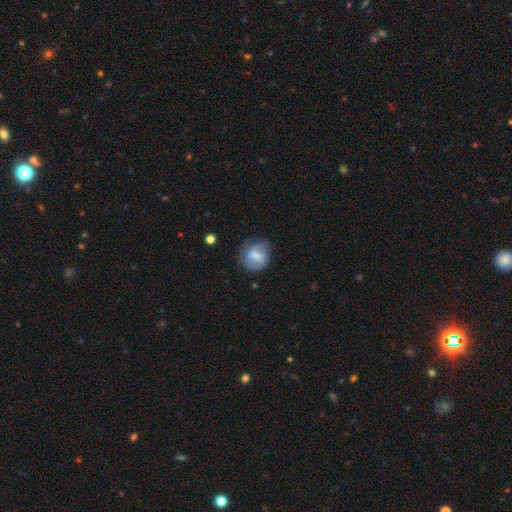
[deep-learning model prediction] smooth-or-featured: smooth: 61% | featured or disk: 31% | star or artifact: 8%
  how-rounded: round: 65% | in between: 34% | cigar-shaped: 1%
  merging: none: 54% | minor disturbance: 30% | major disturbance: 14% | merger: 2%